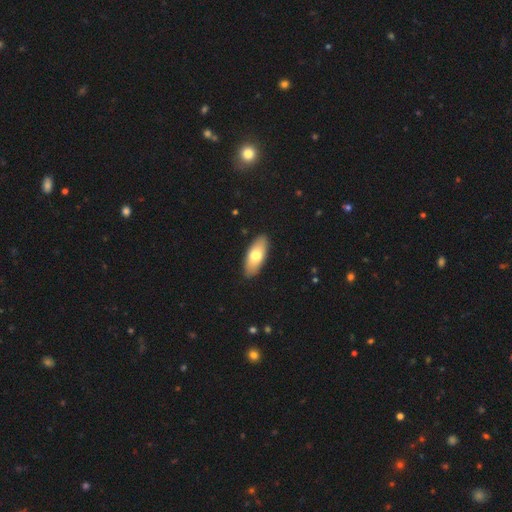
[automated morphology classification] This is likely a smooth galaxy (71%). How rounded: clearly in between (85%). Merging: clearly none (90%).